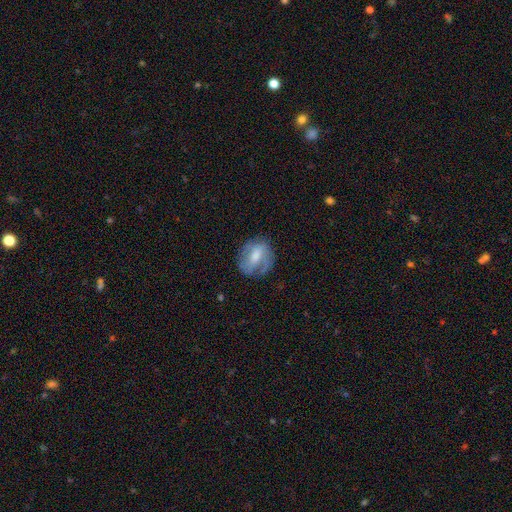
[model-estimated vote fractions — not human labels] A featured or disk galaxy (52%).

Vote fractions:
- Smooth or featured? featured or disk: 52% / smooth: 41% / star or artifact: 7%
- Edge-on disk? no: 96% / yes: 4%
- Merging? none: 67% / minor disturbance: 21% / major disturbance: 11% / merger: 1%